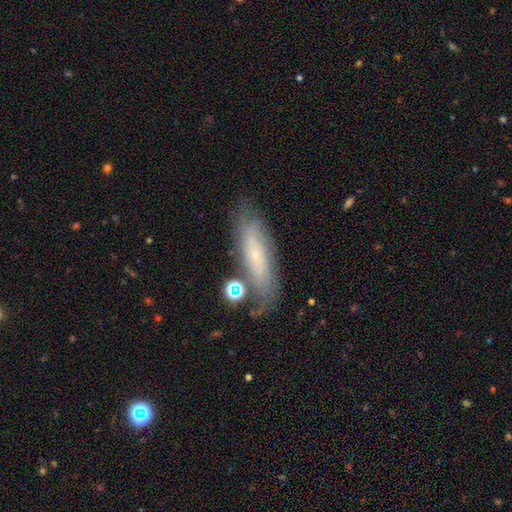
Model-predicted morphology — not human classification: Smooth or featured? featured or disk (55%)
Edge-on disk? no (70%)
Merging? none (68%)